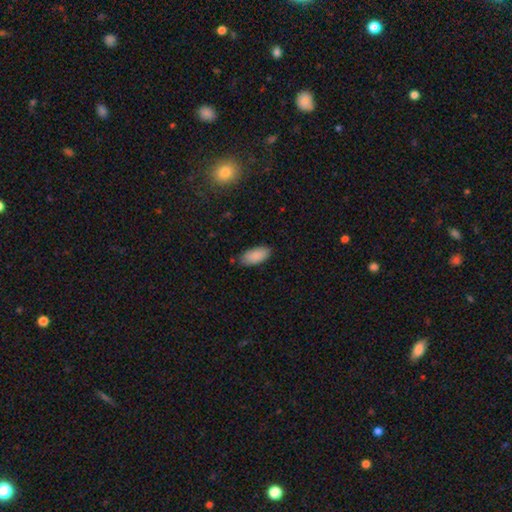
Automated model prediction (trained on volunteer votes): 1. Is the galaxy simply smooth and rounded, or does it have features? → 89% smooth, 7% star or artifact, 5% featured or disk.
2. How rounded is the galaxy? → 91% in between, 8% cigar-shaped, 2% round.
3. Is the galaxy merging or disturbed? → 82% none, 14% minor disturbance, 2% major disturbance, 2% merger.